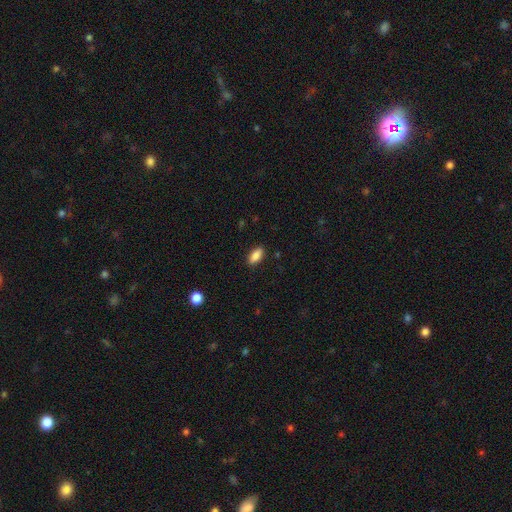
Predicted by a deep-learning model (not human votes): The model was most divided on "how rounded": in between: 88%, cigar-shaped: 9%, round: 3%. More confident: merging — none (88%); smooth or featured — smooth (87%).